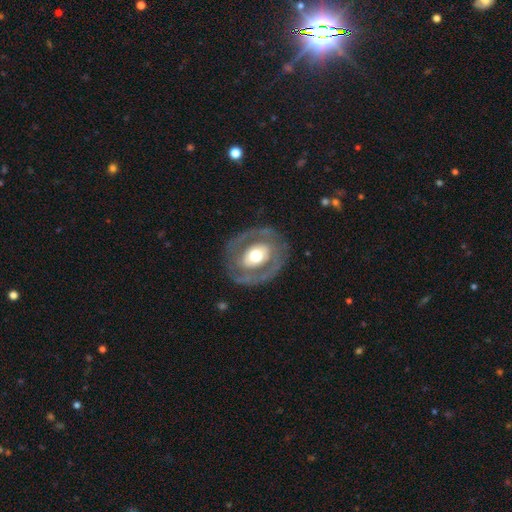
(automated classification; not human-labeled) featured or disk 70%, smooth 25%, star or artifact 5%. Down the decision tree: edge-on disk — no (95%); bar — no (61%); spiral arms — no (52%); bulge size — moderate (56%); merging — none (78%).